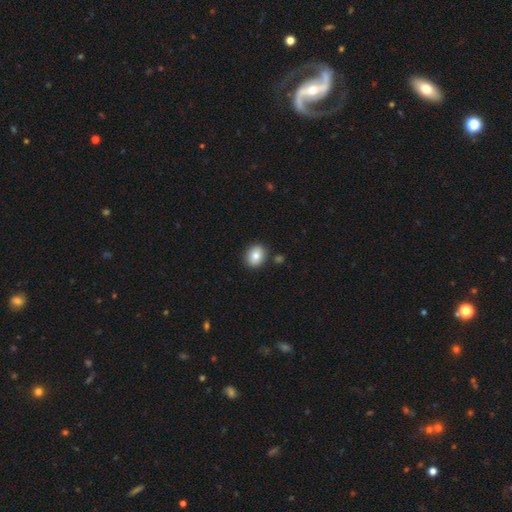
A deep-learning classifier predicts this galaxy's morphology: Smooth or featured: smooth — 82% (featured or disk — 10%)
How rounded: round — 52% (in between — 47%)
Merging: none — 86% (minor disturbance — 8%)